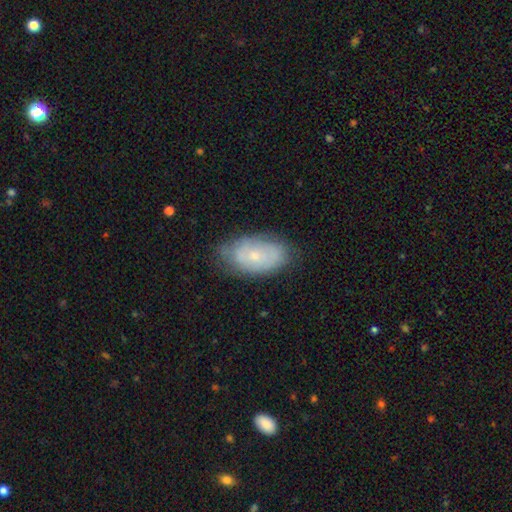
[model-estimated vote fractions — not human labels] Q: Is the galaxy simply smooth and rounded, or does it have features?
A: smooth — 47%.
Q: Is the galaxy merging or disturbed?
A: none — 69%.